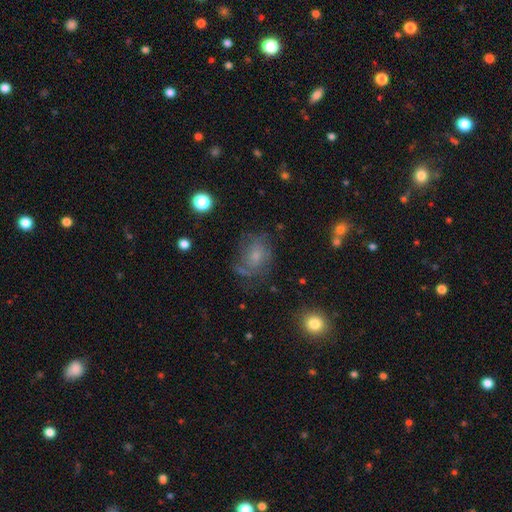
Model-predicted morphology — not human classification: smooth_or_featured: featured or disk (p=0.48) [alt: smooth p=0.38]
merging: none (p=0.52) [alt: minor disturbance p=0.23]